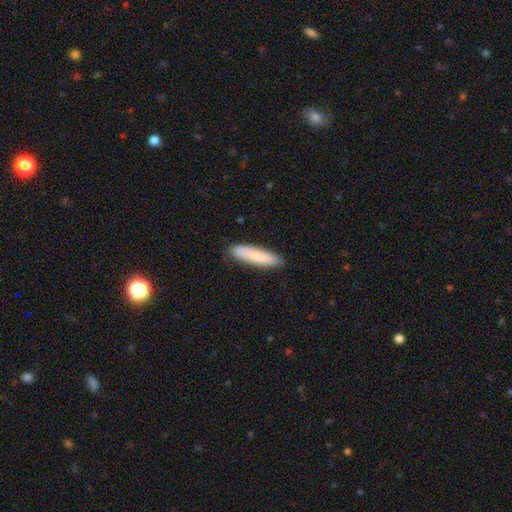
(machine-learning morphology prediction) type=smooth (83%); roundness=cigar-shaped (78%); merging=none (88%).